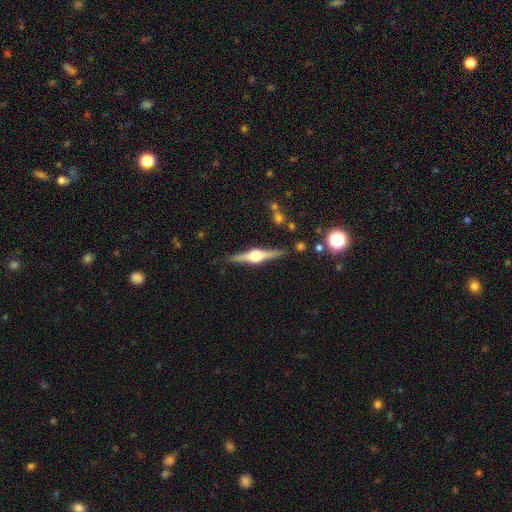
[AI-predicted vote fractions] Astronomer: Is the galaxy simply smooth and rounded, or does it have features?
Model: featured or disk — 84%.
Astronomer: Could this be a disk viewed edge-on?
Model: yes — 98%.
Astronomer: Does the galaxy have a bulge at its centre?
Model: rounded — 94%.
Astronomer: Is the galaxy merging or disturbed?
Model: none — 89%.